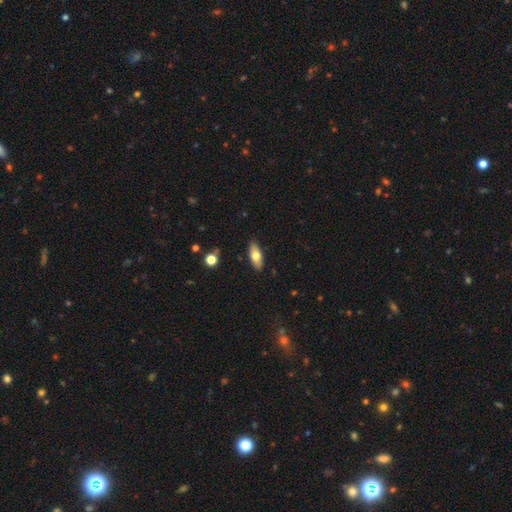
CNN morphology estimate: smooth-or-featured: smooth: 69% | featured or disk: 25% | star or artifact: 7%
  how-rounded: in between: 77% | cigar-shaped: 20% | round: 3%
  merging: none: 88% | minor disturbance: 9% | major disturbance: 2% | merger: 1%